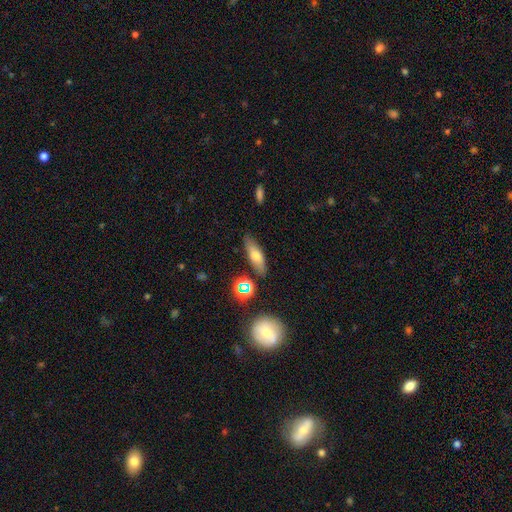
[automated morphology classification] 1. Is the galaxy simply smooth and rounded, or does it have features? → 63% smooth, 25% featured or disk, 11% star or artifact.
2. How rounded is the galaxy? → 52% in between, 44% cigar-shaped, 4% round.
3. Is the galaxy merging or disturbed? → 80% none, 13% minor disturbance, 4% merger, 3% major disturbance.